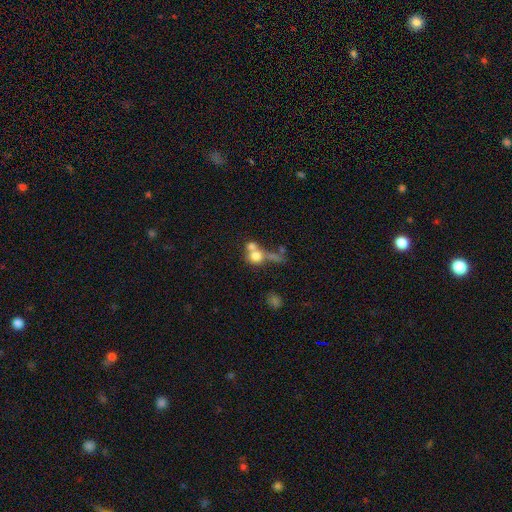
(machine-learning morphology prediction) The model was most divided on "merging": merger: 56%, none: 25%, major disturbance: 11%, minor disturbance: 8%. More confident: how rounded — round (75%); smooth or featured — smooth (66%).